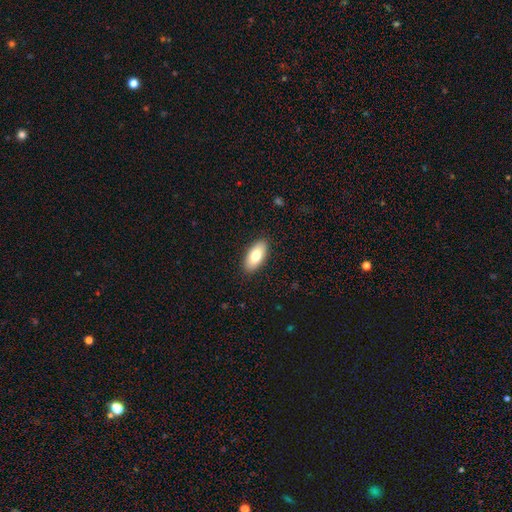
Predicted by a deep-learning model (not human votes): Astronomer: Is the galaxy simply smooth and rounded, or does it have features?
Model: smooth — 79%.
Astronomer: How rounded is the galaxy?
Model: in between — 89%.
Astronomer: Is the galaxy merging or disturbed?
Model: none — 90%.